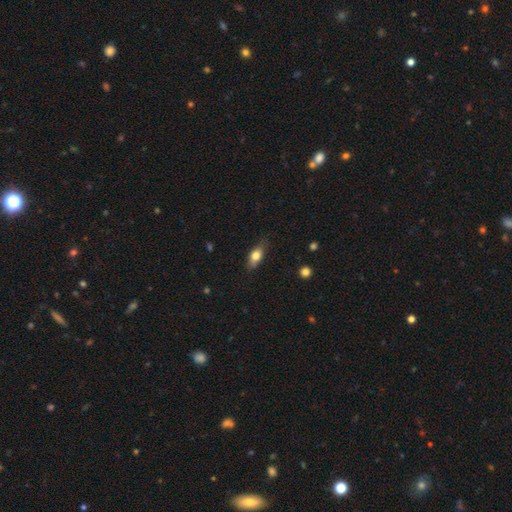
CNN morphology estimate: A smooth galaxy with no disk features (69%) that is in between round and cigar-shaped (74%).

Vote fractions:
- Smooth or featured? smooth: 69% / featured or disk: 23% / star or artifact: 8%
- How rounded? in between: 74% / cigar-shaped: 18% / round: 8%
- Merging? none: 75% / minor disturbance: 20% / major disturbance: 4% / merger: 1%